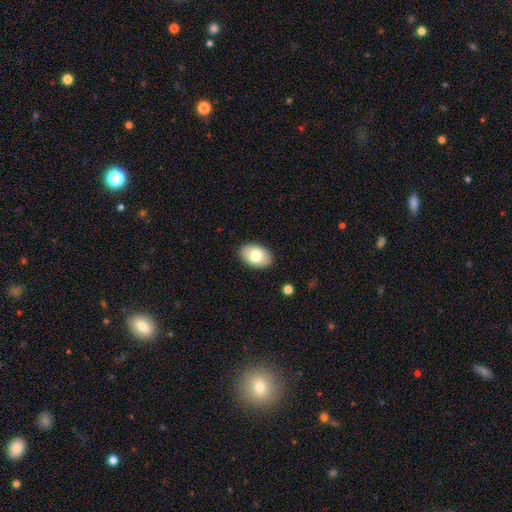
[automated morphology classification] smooth-or-featured: smooth: 76% | featured or disk: 17% | star or artifact: 7%
  how-rounded: in between: 88% | round: 11% | cigar-shaped: 1%
  merging: none: 89% | minor disturbance: 8% | major disturbance: 2% | merger: 1%